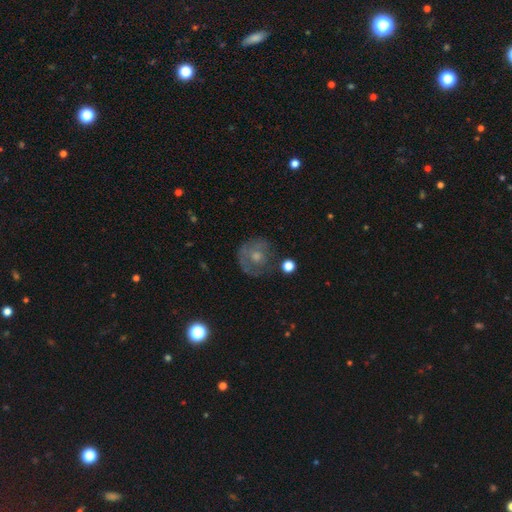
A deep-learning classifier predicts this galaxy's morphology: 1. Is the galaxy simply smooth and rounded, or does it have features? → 47% smooth, 43% featured or disk, 10% star or artifact.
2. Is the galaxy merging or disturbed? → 59% none, 22% minor disturbance, 16% major disturbance, 3% merger.